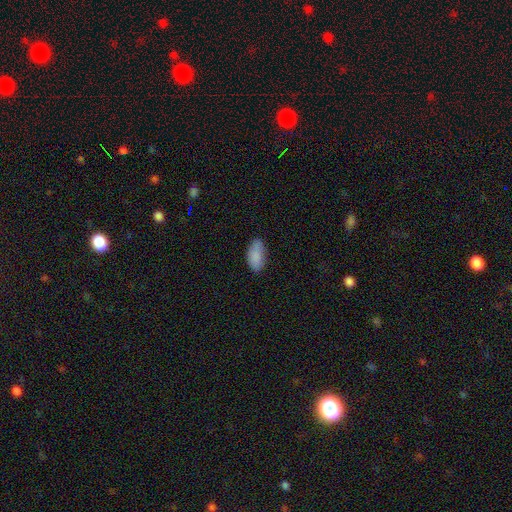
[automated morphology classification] smooth 88%, star or artifact 7%, featured or disk 5%. Down the decision tree: how rounded — in between (93%); merging — none (78%).